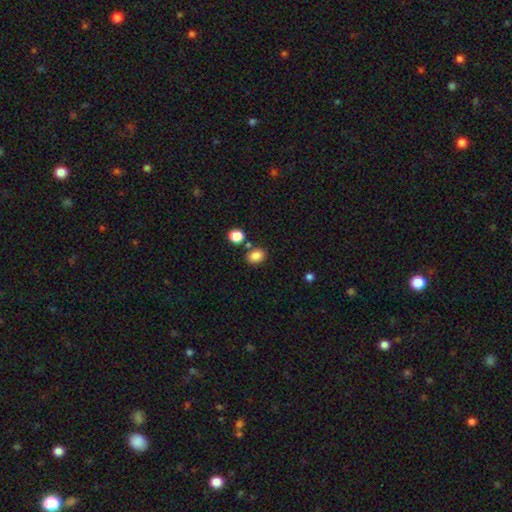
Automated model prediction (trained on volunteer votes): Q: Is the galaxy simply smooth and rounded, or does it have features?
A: smooth — 85%.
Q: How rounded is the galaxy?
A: in between — 55%.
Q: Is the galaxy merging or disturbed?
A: none — 78%.